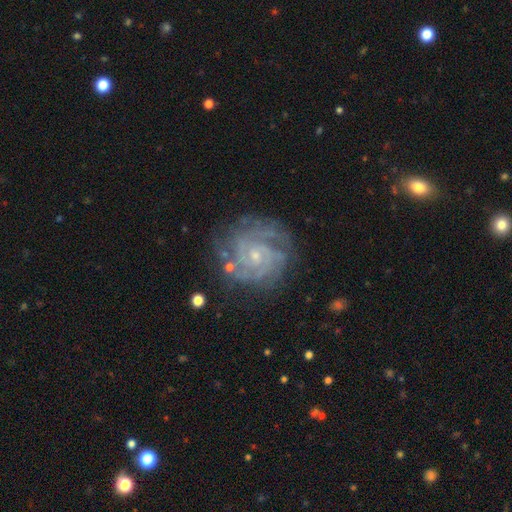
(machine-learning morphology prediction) This is clearly a featured or disk galaxy (89%). It is clearly not viewed edge-on (98%). Bar: likely no (69%). Spiral arm pattern: clearly yes (98%). Spiral arm count: marginally 2 (28%, tied with 3). Spiral winding: likely tight (73%). Central bulge: likely small (75%). Merging: likely none (75%).